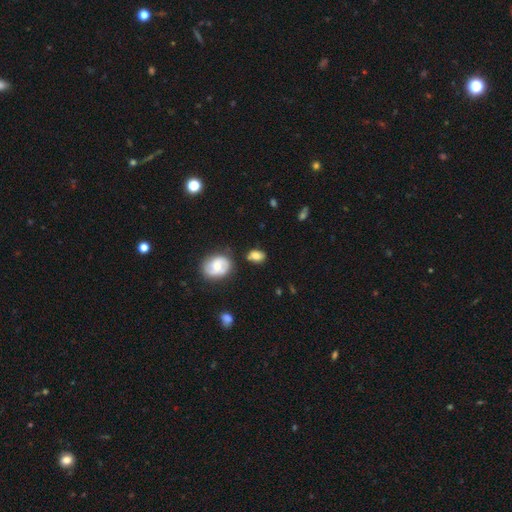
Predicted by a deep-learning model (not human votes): Smooth or featured?
  - smooth: 75% *
  - featured or disk: 16%
  - star or artifact: 9%
How rounded?
  - in between: 81% *
  - round: 17%
  - cigar-shaped: 2%
Merging?
  - none: 71% *
  - minor disturbance: 18%
  - merger: 6%
  - major disturbance: 4%